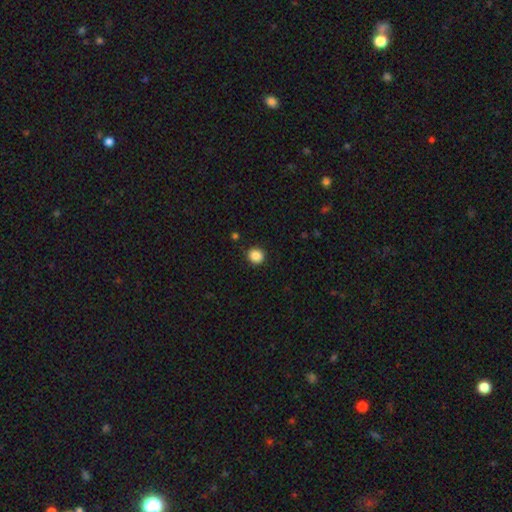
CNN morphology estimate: Smooth or featured: smooth — 87% (star or artifact — 10%)
How rounded: round — 89% (in between — 10%)
Merging: none — 90% (minor disturbance — 6%)